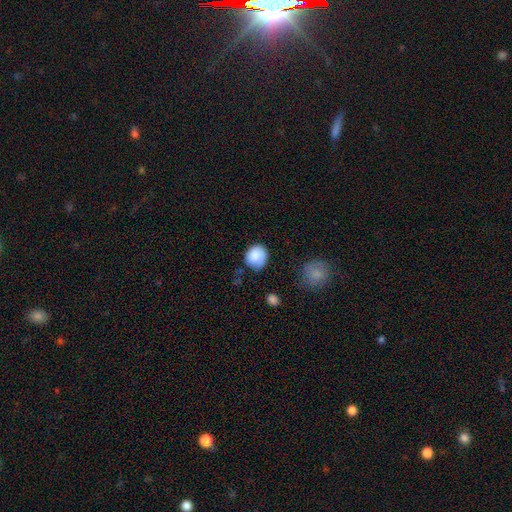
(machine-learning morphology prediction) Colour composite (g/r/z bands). It shows a smooth galaxy with no disk features (86%) that is round (80%). Merging: none (66%).